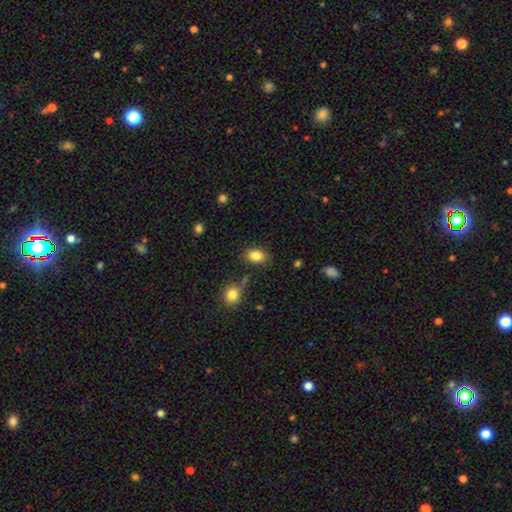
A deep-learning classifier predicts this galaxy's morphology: Smooth or featured? Predicted: smooth (p=0.85). How rounded? Predicted: in between (p=0.78). Merging? Predicted: none (p=0.78).